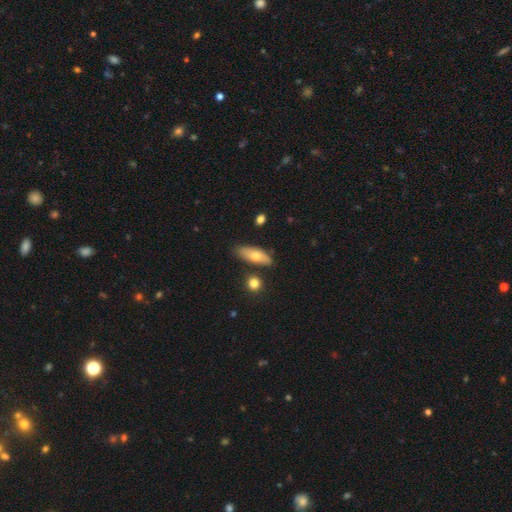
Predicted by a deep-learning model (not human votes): Smooth or featured: smooth — 67% (featured or disk — 27%)
How rounded: in between — 65% (cigar-shaped — 31%)
Merging: none — 78% (minor disturbance — 14%)